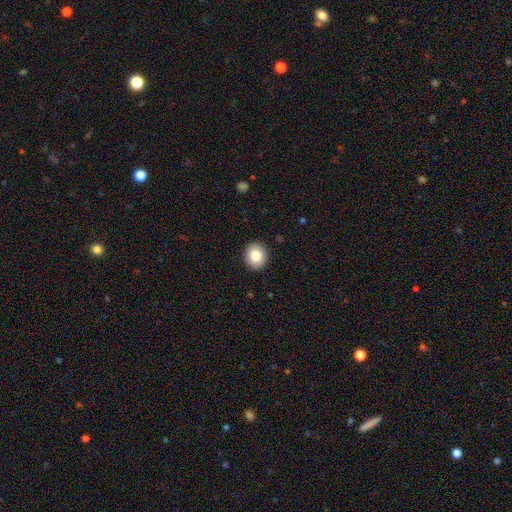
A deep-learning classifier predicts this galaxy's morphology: A smooth galaxy with no disk features (83%) that is round (81%). Merging: none (92%).